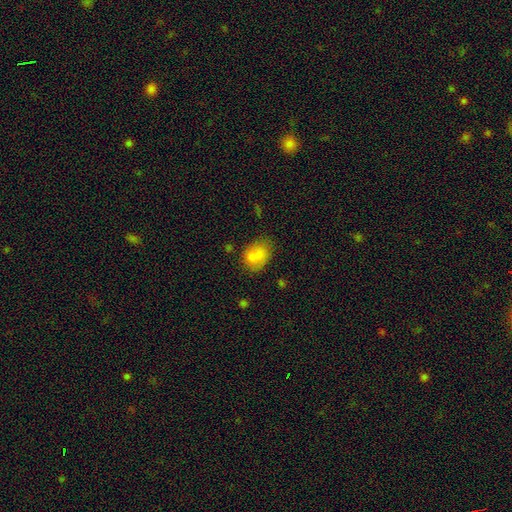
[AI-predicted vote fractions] Q: Smooth or featured?
A: smooth (76%); runner-up: featured or disk (14%)
Q: How rounded?
A: in between (68%); runner-up: round (31%)
Q: Merging?
A: none (50%); runner-up: merger (26%)